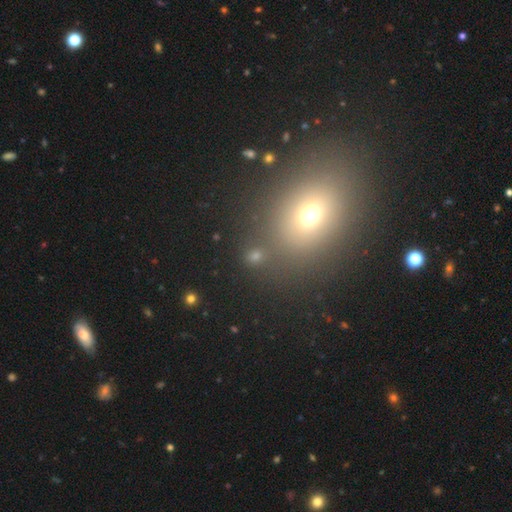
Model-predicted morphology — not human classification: Smooth or featured? Predicted: smooth (p=0.61). How rounded? Predicted: in between (p=0.54). Merging? Predicted: none (p=0.81).